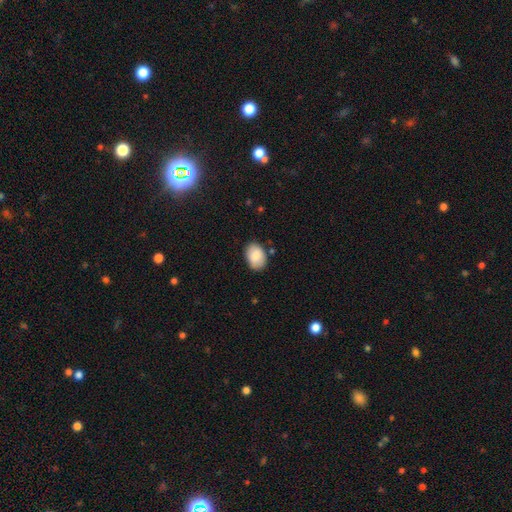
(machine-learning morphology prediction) smooth 85%, featured or disk 8%, star or artifact 7%. Down the decision tree: how rounded — in between (83%); merging — none (81%).